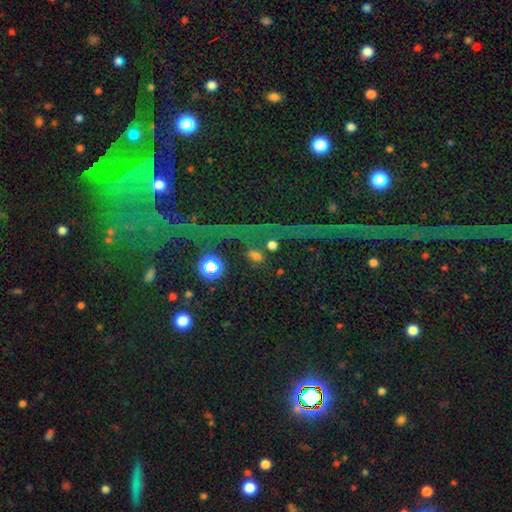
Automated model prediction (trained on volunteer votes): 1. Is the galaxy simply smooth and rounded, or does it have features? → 46% star or artifact, 43% smooth, 11% featured or disk.